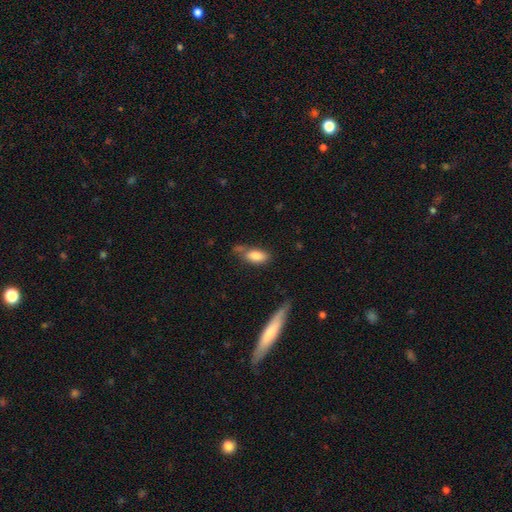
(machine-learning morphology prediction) A smooth galaxy with no disk features (83%) that is in between round and cigar-shaped (87%). Merging: none (53%).